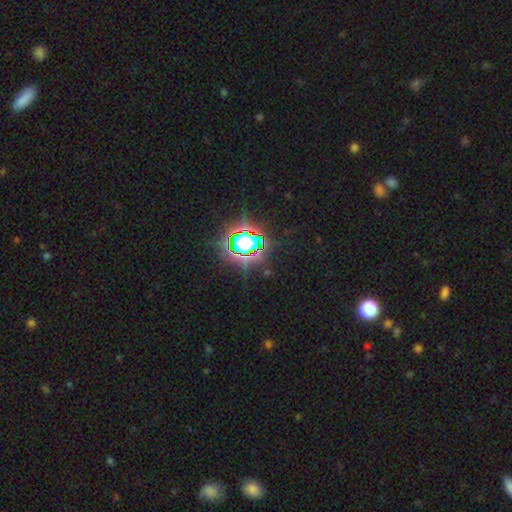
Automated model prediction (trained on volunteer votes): This is likely a star or artifact rather than a galaxy (76%).